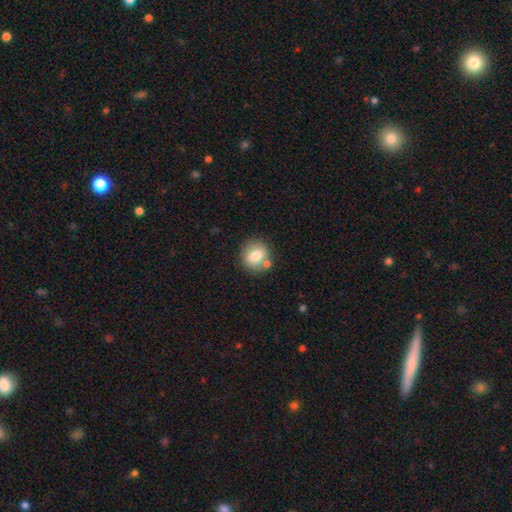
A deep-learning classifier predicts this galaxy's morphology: smooth-or-featured: smooth: 75% | featured or disk: 16% | star or artifact: 9%
  how-rounded: round: 81% | in between: 18% | cigar-shaped: 1%
  merging: none: 72% | merger: 12% | minor disturbance: 12% | major disturbance: 3%